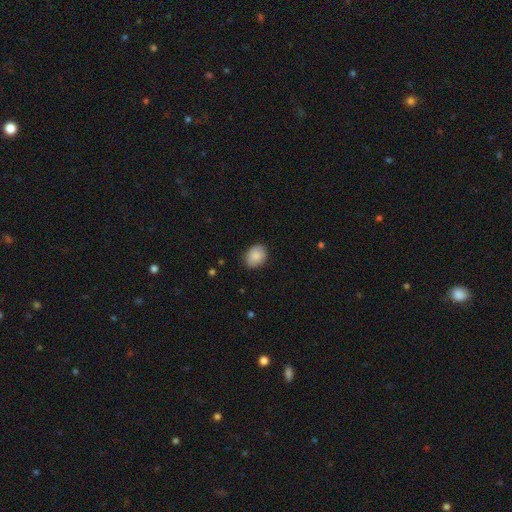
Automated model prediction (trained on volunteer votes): This appears to be a smooth galaxy with no disk features (87%) that is in between round and cigar-shaped (52%). Merging: none (86%).